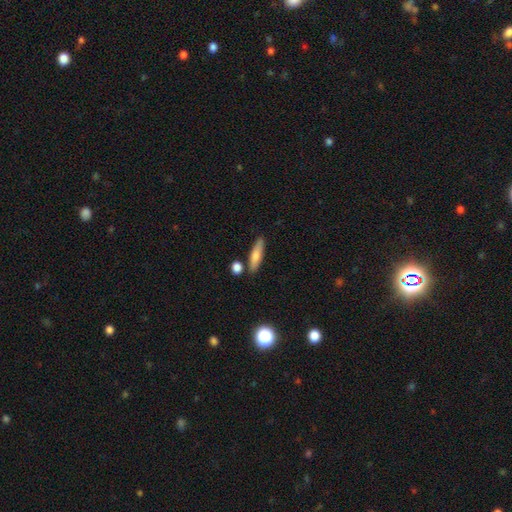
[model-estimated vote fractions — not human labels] Q: Smooth or featured?
A: smooth (73%); runner-up: featured or disk (20%)
Q: How rounded?
A: cigar-shaped (69%); runner-up: in between (28%)
Q: Merging?
A: none (78%); runner-up: minor disturbance (12%)